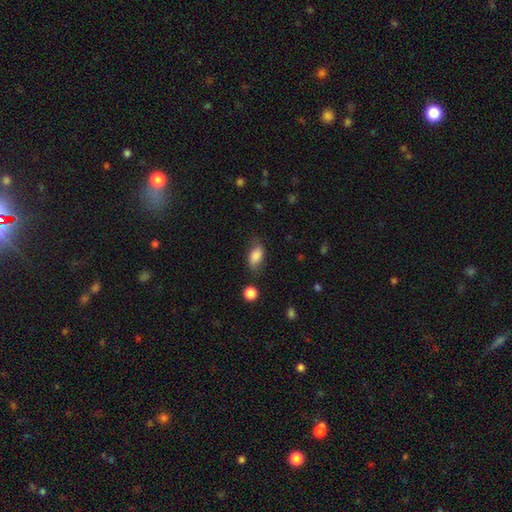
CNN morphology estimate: smooth 82%, featured or disk 9%, star or artifact 8%. Down the decision tree: how rounded — in between (89%); merging — none (67%).